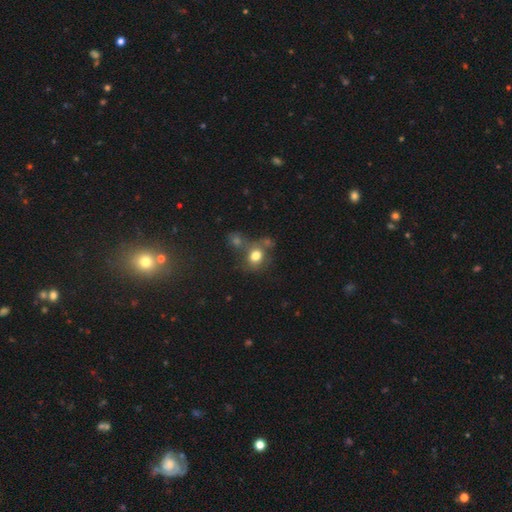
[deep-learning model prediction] This appears to be a smooth galaxy with no disk features (76%) that is round (65%). Merging: none (52%).